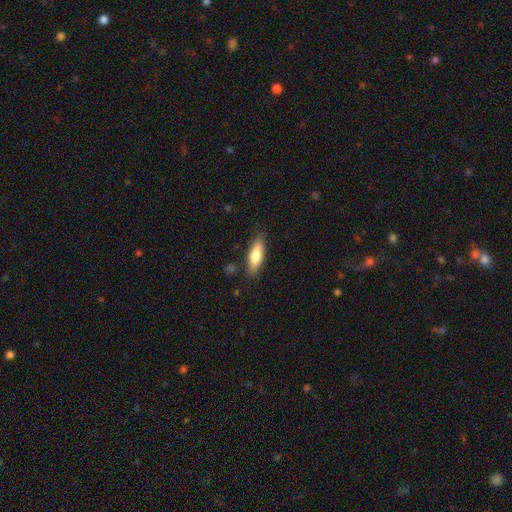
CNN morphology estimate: smooth_or_featured: smooth (p=0.72) [alt: featured or disk p=0.22]
how_rounded: in between (p=0.57) [alt: cigar-shaped p=0.41]
merging: none (p=0.83) [alt: minor disturbance p=0.13]